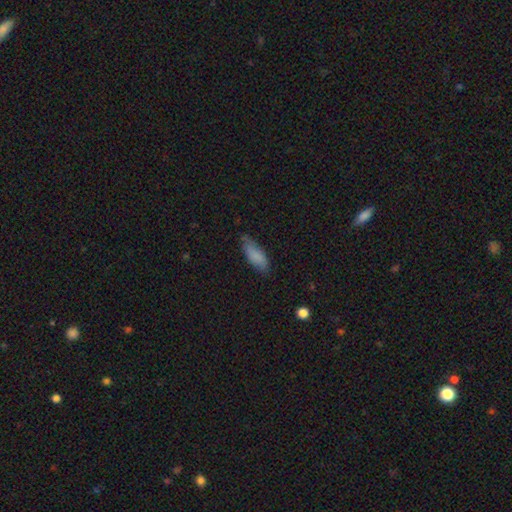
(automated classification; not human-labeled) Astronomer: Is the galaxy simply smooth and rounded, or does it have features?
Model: smooth — 83%.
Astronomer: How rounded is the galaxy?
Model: in between — 70%.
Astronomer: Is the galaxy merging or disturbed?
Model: none — 70%.